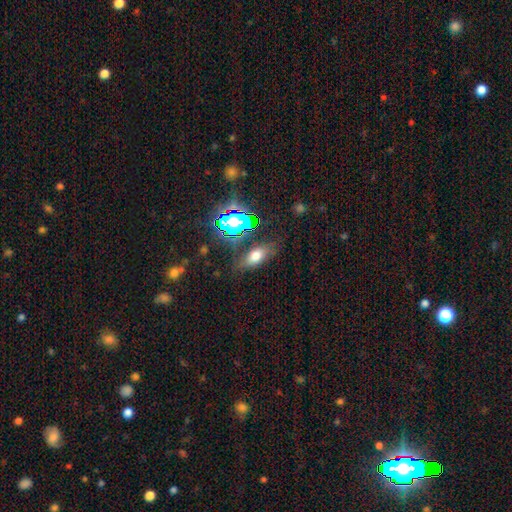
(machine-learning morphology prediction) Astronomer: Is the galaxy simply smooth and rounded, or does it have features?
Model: smooth — 63%.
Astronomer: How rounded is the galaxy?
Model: in between — 76%.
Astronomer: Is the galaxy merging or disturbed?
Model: none — 76%.